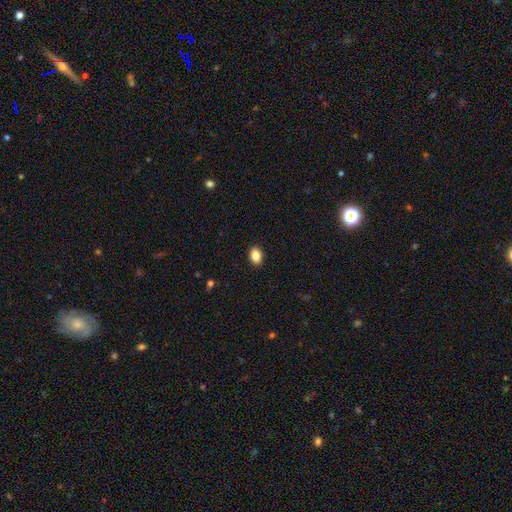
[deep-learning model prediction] Smooth or featured?
  - smooth: 87% *
  - star or artifact: 8%
  - featured or disk: 5%
How rounded?
  - in between: 82% *
  - round: 17%
  - cigar-shaped: 1%
Merging?
  - none: 91% *
  - minor disturbance: 7%
  - major disturbance: 2%
  - merger: 1%